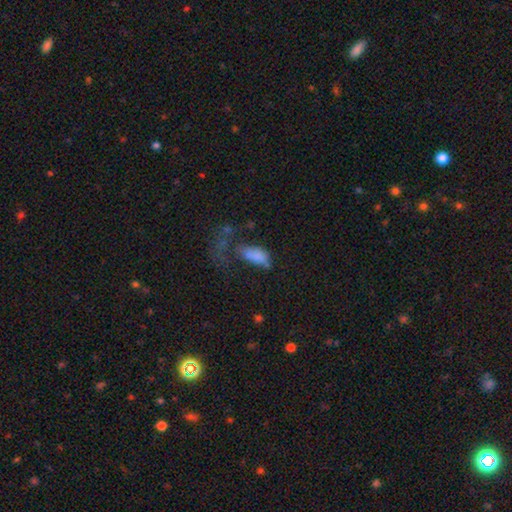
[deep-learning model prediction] Smooth or featured: smooth — 73% (featured or disk — 16%)
How rounded: in between — 88% (cigar-shaped — 9%)
Merging: major disturbance — 48% (none — 20%)